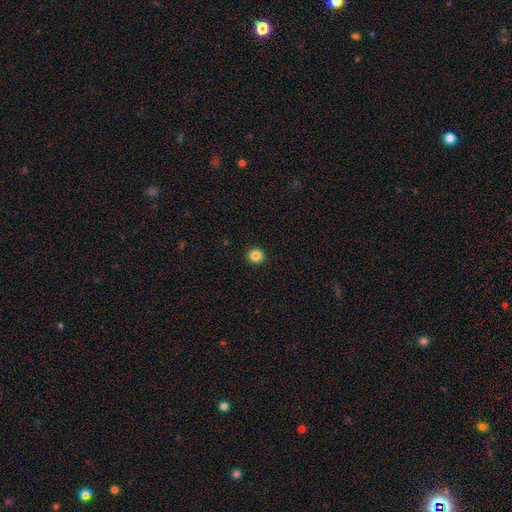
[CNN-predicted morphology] Overall: smooth (85%). How rounded: round (92%). Merging: none (93%).